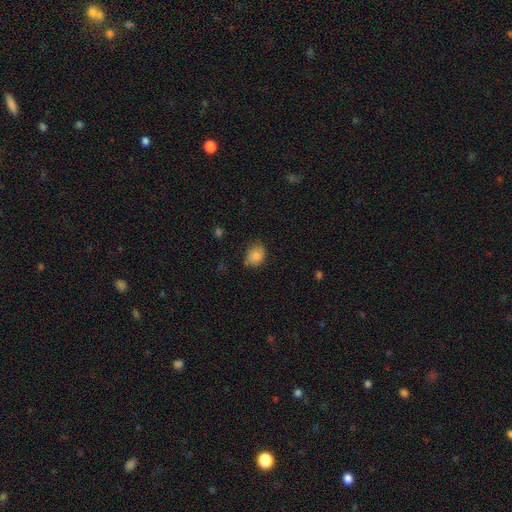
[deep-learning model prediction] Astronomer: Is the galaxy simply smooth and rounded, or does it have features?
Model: smooth — 85%.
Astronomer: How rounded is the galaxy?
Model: in between — 53% (runner-up: round, 46%).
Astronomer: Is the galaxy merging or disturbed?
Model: none — 66%.